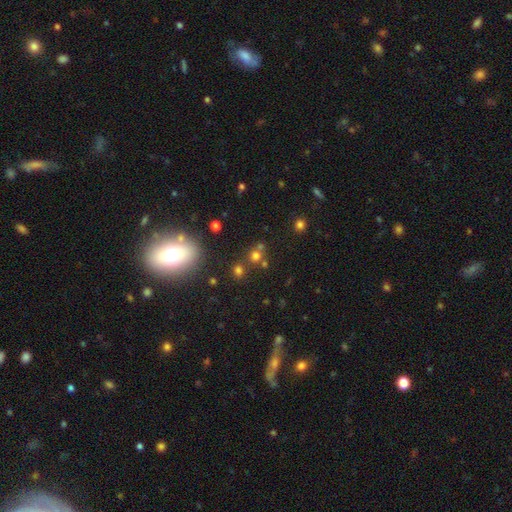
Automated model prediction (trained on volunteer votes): The model was most divided on "smooth or featured": smooth: 61%, star or artifact: 29%, featured or disk: 10%. More confident: how rounded — round (88%); merging — none (65%).